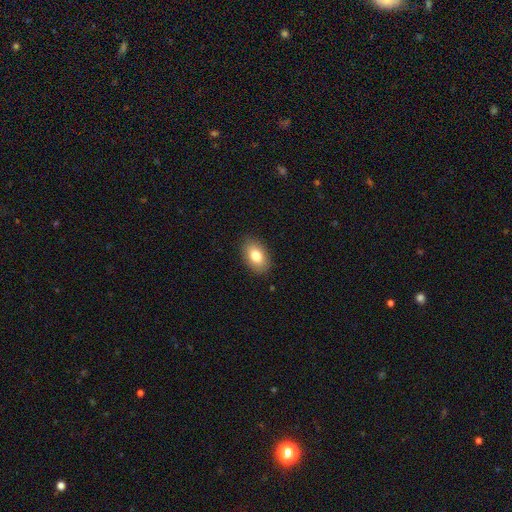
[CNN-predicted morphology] Smooth or featured? smooth (80%)
How rounded? in between (90%)
Merging? none (88%)